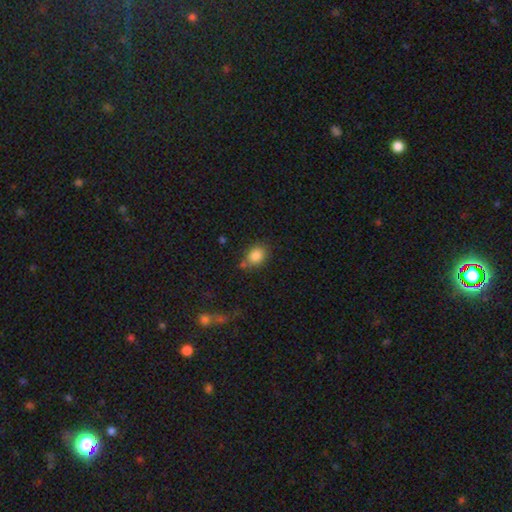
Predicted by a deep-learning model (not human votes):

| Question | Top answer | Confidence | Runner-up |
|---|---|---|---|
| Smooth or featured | smooth | 85% | star or artifact (9%) |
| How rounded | in between | 58% | round (41%) |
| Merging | none | 68% | minor disturbance (18%) |